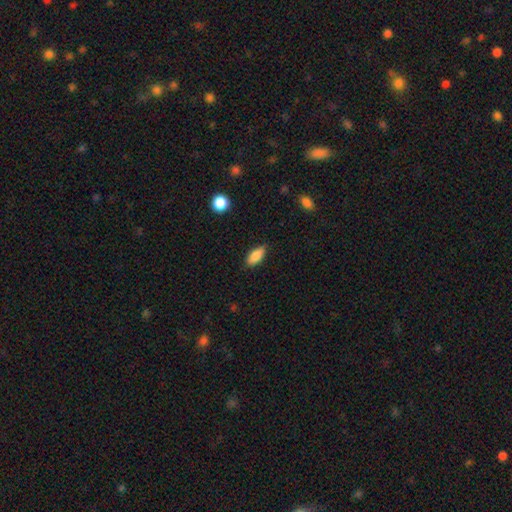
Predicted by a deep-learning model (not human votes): Overall: smooth (85%). How rounded: in between (84%). Merging: none (83%).